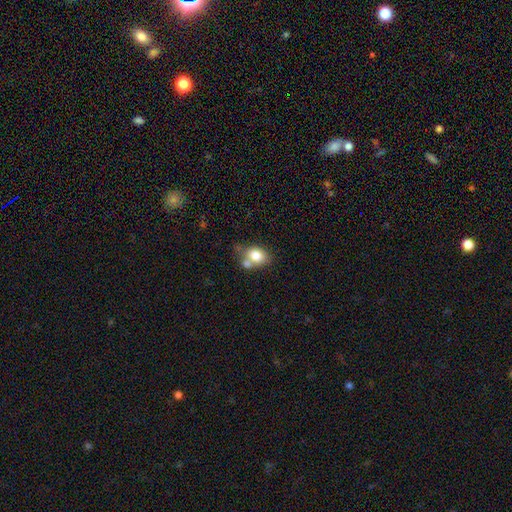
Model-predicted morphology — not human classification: A smooth galaxy with no disk features (79%) that is in between round and cigar-shaped (62%). Merging: none (46%).